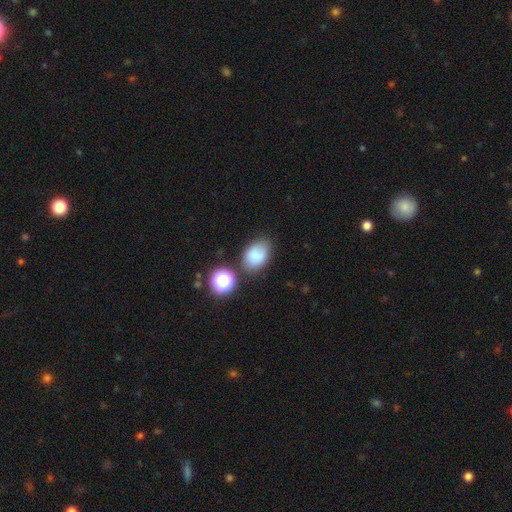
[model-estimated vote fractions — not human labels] Smooth or featured? Predicted: smooth (p=0.78). How rounded? Predicted: in between (p=0.76). Merging? Predicted: none (p=0.65).